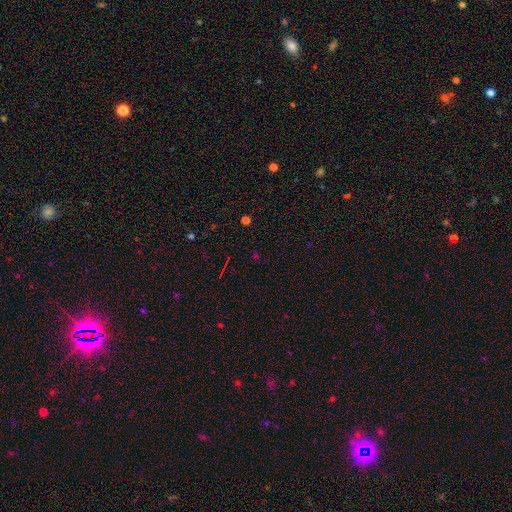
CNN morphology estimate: smooth_or_featured: star or artifact (p=0.64) [alt: smooth p=0.27]